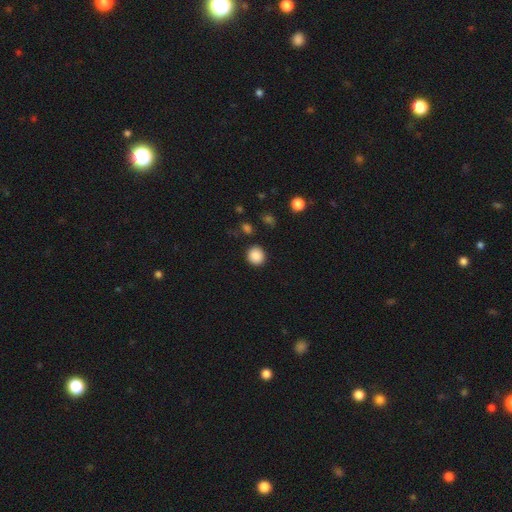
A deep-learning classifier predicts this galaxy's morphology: A smooth galaxy with no disk features (87%) that is round (88%).

Vote fractions:
- Smooth or featured? smooth: 87% / star or artifact: 9% / featured or disk: 3%
- How rounded? round: 88% / in between: 11% / cigar-shaped: 1%
- Merging? none: 88% / minor disturbance: 7% / major disturbance: 3% / merger: 2%